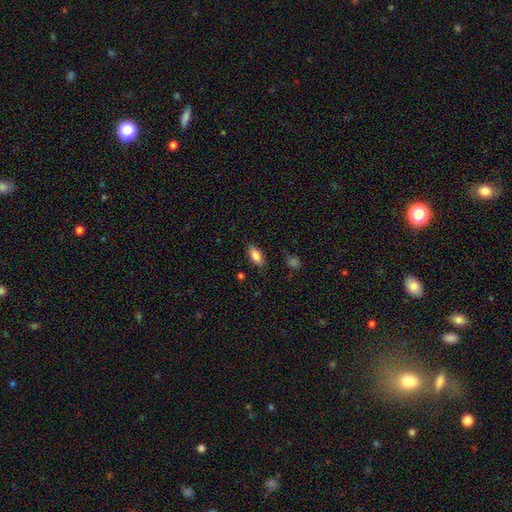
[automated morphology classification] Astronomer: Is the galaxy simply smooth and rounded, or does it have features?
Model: smooth — 84%.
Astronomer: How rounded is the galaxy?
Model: in between — 87%.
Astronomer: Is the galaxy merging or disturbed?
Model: none — 82%.